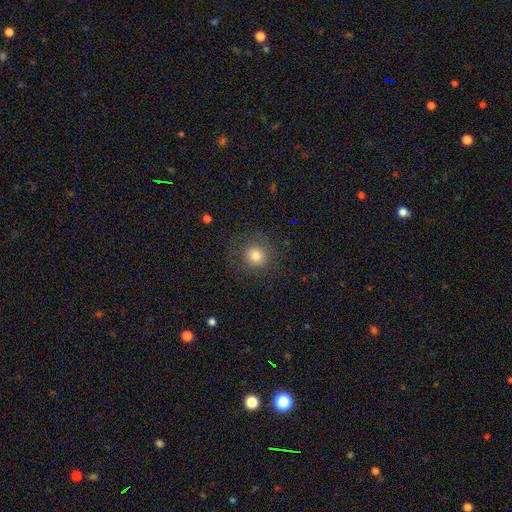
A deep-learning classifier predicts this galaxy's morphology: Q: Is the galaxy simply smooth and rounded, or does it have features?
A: smooth — 78%.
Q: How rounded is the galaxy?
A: round — 93%.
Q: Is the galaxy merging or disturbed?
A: none — 82%.